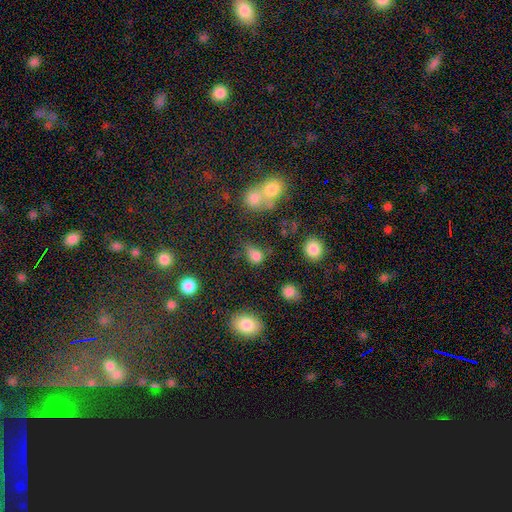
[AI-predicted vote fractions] Overall: smooth (76%). How rounded: round (54%; in between 44%). Merging: none (46%; minor disturbance 27%).